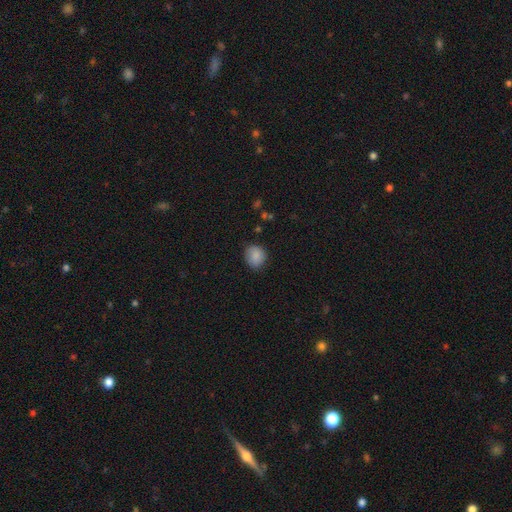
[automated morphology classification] A smooth galaxy with no disk features (86%) that is round (82%).

Vote fractions:
- Smooth or featured? smooth: 86% / star or artifact: 8% / featured or disk: 6%
- How rounded? round: 82% / in between: 17% / cigar-shaped: 1%
- Merging? none: 80% / minor disturbance: 15% / major disturbance: 3% / merger: 1%